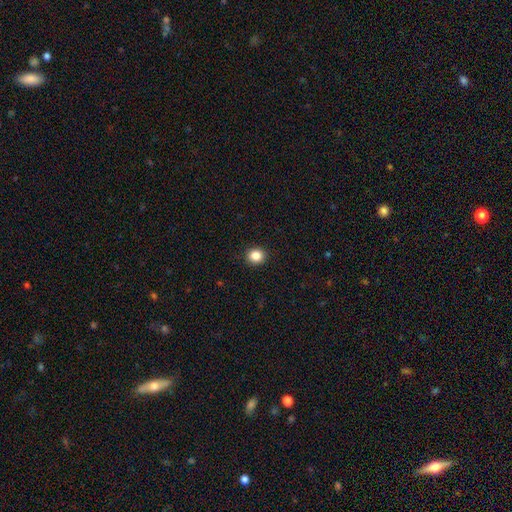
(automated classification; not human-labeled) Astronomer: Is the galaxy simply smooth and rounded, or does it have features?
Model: smooth — 85%.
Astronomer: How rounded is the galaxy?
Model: round — 80%.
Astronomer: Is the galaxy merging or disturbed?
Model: none — 92%.